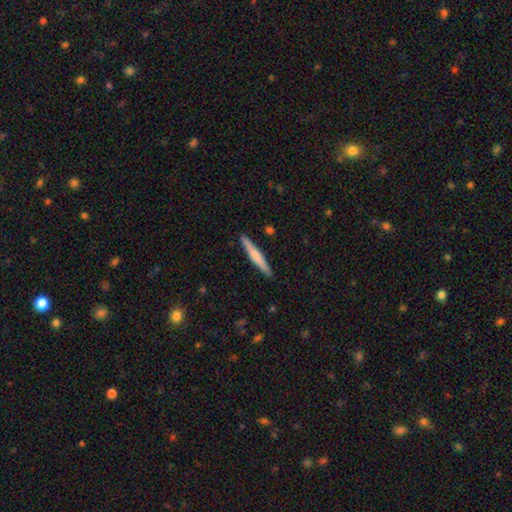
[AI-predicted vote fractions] smooth-or-featured: smooth: 54% | featured or disk: 41% | star or artifact: 5%
  how-rounded: cigar-shaped: 95% | in between: 4% | round: 1%
  merging: none: 91% | minor disturbance: 7% | major disturbance: 1% | merger: 1%